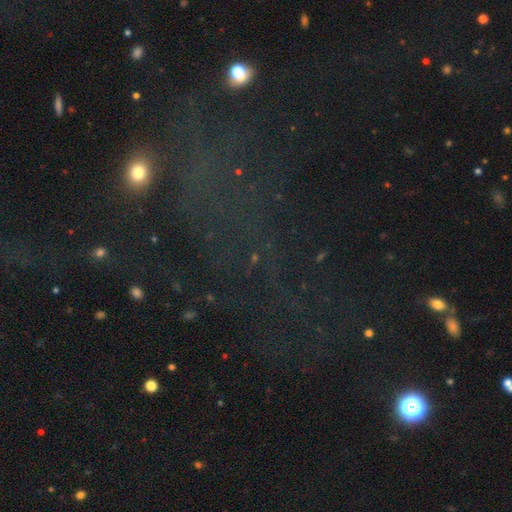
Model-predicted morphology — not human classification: type=star or artifact (60%).